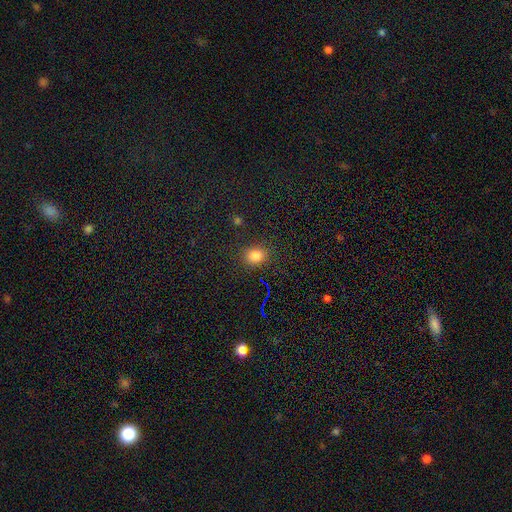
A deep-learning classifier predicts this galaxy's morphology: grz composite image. It shows a smooth galaxy with no disk features (78%) that is round (55%). Merging: none (84%).